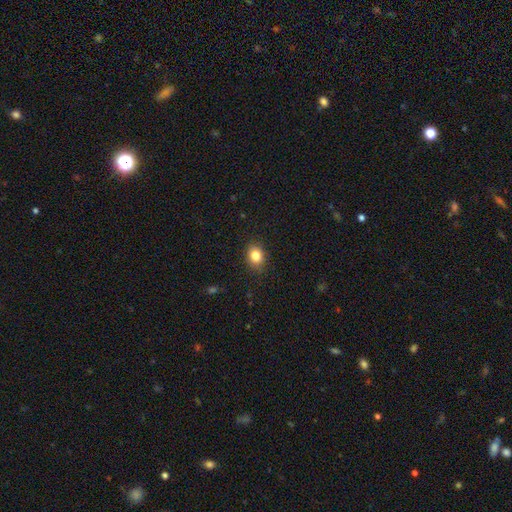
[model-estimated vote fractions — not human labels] A smooth galaxy with no disk features (84%) that is in between round and cigar-shaped (54%).

Vote fractions:
- Smooth or featured? smooth: 84% / star or artifact: 10% / featured or disk: 6%
- How rounded? in between: 54% / round: 45% / cigar-shaped: 1%
- Merging? none: 88% / minor disturbance: 9% / major disturbance: 2% / merger: 1%